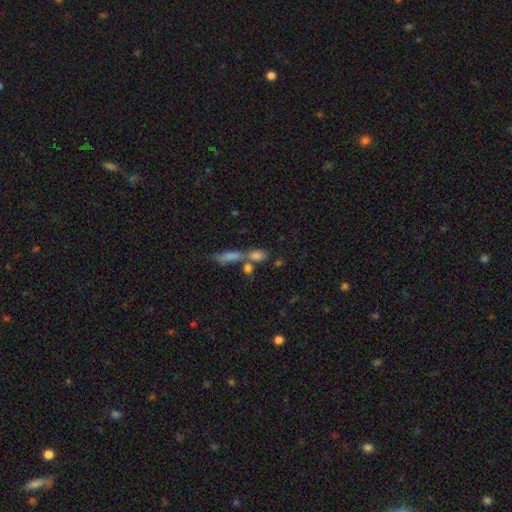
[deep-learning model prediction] smooth_or_featured: smooth (p=0.71) [alt: featured or disk p=0.16]
how_rounded: in between (p=0.54) [alt: cigar-shaped p=0.29]
merging: merger (p=0.45) [alt: none p=0.41]